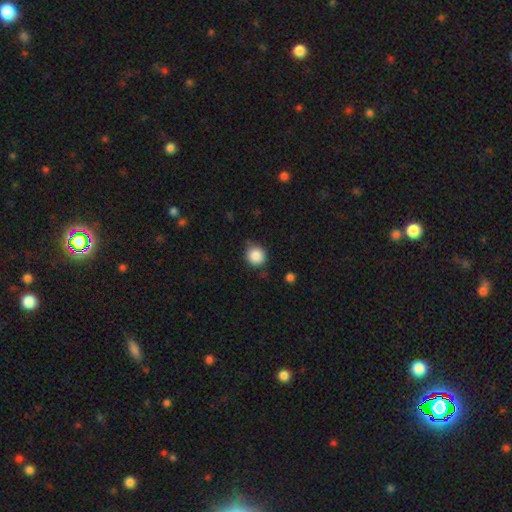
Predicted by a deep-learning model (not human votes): smooth 87%, star or artifact 9%, featured or disk 4%. Down the decision tree: how rounded — round (92%); merging — none (81%).